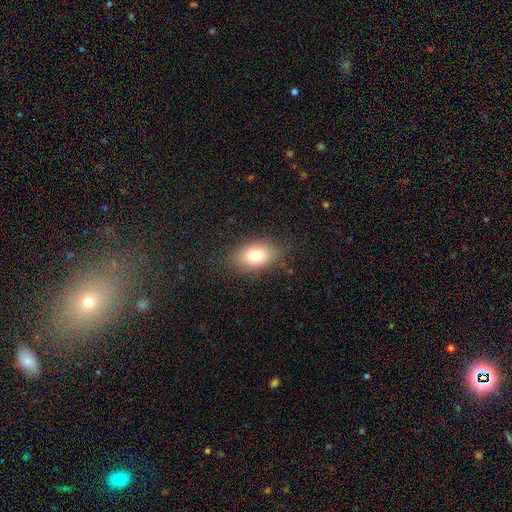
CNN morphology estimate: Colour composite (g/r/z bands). It shows a smooth galaxy with no disk features (76%) that is in between round and cigar-shaped (84%). Merging: none (84%).